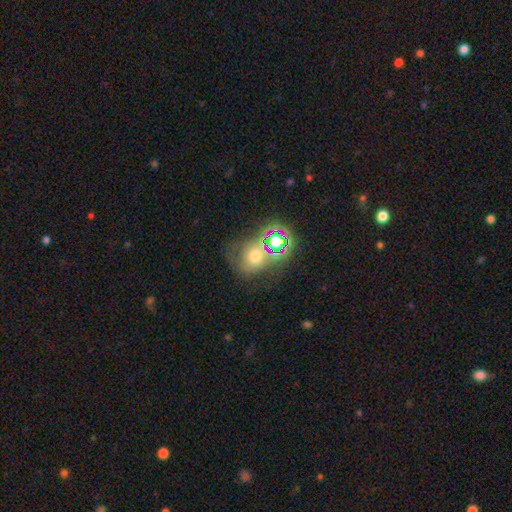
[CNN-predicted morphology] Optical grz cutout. It shows a smooth galaxy with no disk features (54%) that is round (72%). Merging: none (46%).